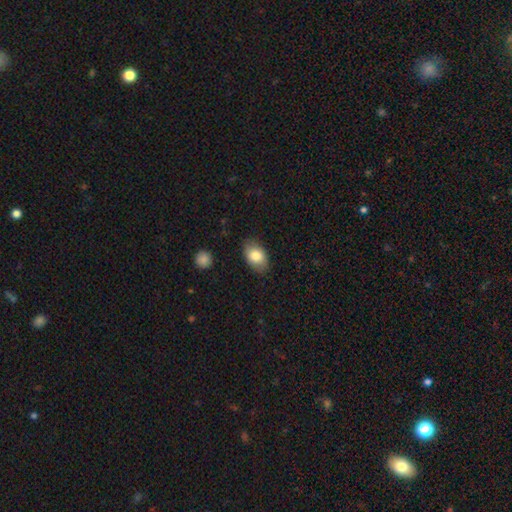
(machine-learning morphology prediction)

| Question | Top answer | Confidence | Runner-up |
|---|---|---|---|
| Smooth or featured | smooth | 82% | featured or disk (12%) |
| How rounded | in between | 88% | round (11%) |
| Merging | none | 83% | minor disturbance (13%) |